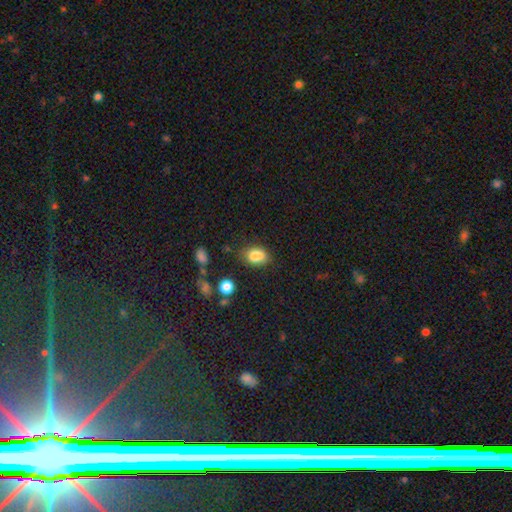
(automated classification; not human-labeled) Smooth or featured: smooth — 82% (star or artifact — 10%)
How rounded: in between — 74% (round — 25%)
Merging: none — 64% (minor disturbance — 19%)